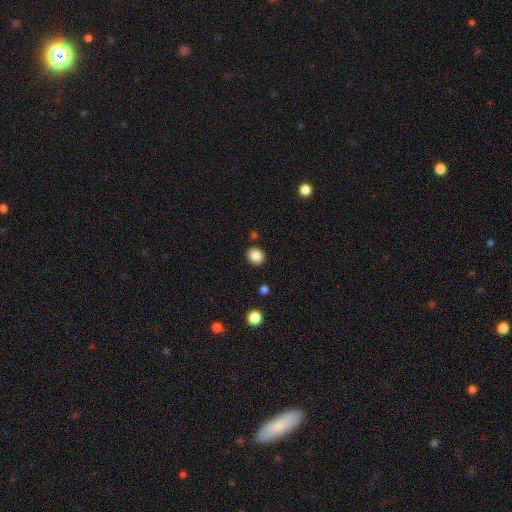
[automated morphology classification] Q: Smooth or featured?
A: smooth (86%); runner-up: star or artifact (10%)
Q: How rounded?
A: round (80%); runner-up: in between (19%)
Q: Merging?
A: none (89%); runner-up: minor disturbance (7%)